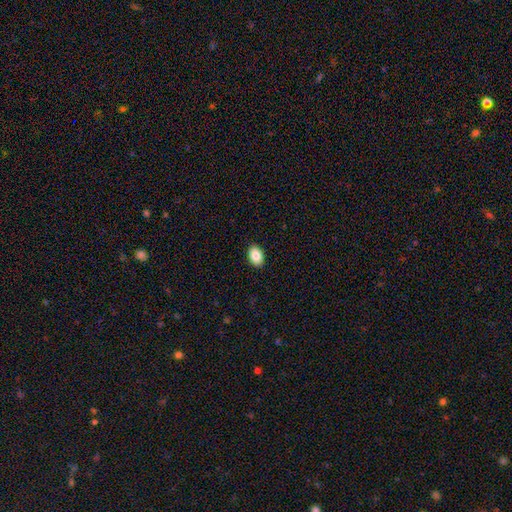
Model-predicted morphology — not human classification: This is clearly a smooth galaxy (86%). How rounded: clearly in between (88%). Merging: clearly none (90%).